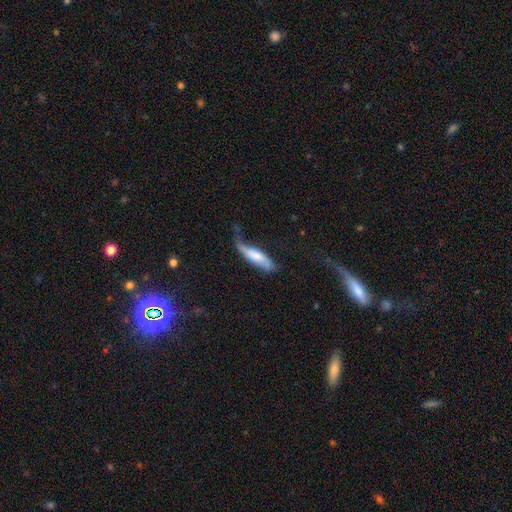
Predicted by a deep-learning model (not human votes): Smooth or featured?
  - smooth: 61% *
  - featured or disk: 33%
  - star or artifact: 6%
How rounded?
  - cigar-shaped: 63% *
  - in between: 35%
  - round: 2%
Merging?
  - minor disturbance: 37% *
  - none: 34%
  - major disturbance: 25%
  - merger: 4%